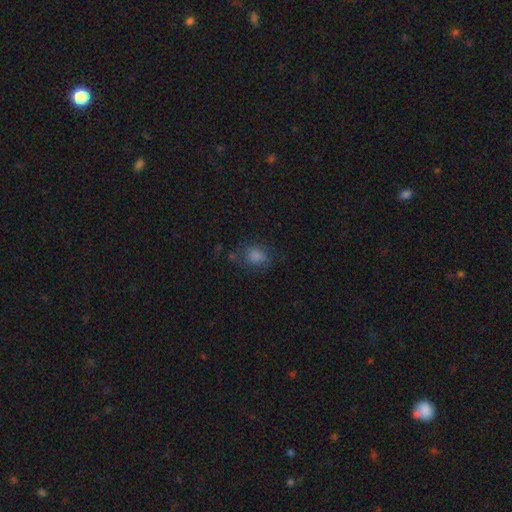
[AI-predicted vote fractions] smooth 71%, star or artifact 17%, featured or disk 13%. Down the decision tree: how rounded — round (55%); merging — none (64%).